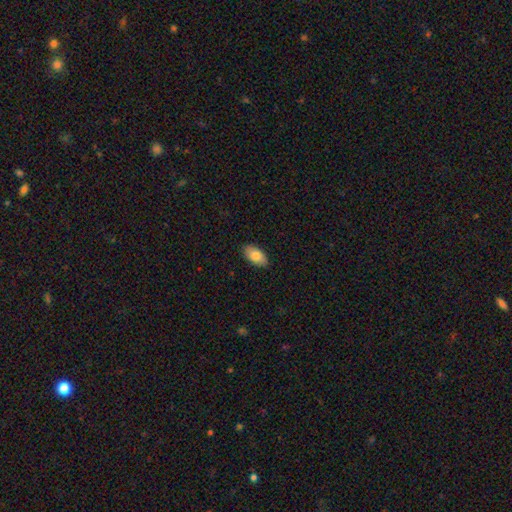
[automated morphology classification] smooth 83%, featured or disk 10%, star or artifact 6%. Down the decision tree: how rounded — in between (94%); merging — none (88%).